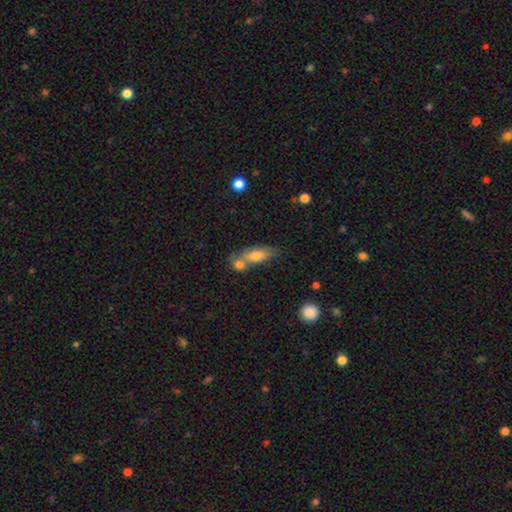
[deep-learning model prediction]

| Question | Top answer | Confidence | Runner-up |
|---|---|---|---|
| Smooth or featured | smooth | 71% | featured or disk (21%) |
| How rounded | in between | 69% | cigar-shaped (26%) |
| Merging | none | 43% | merger (40%) |